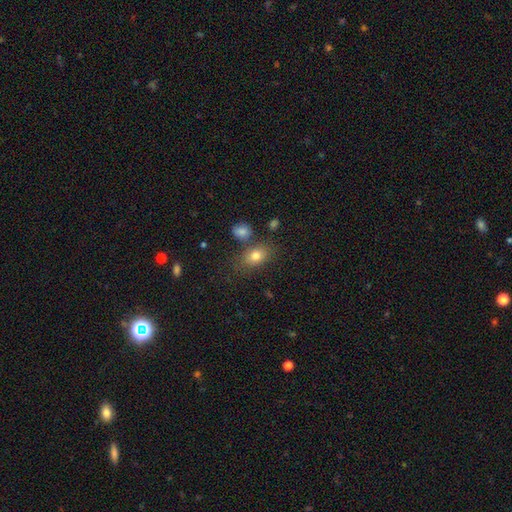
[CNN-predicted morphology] The model was most divided on "how rounded": in between: 74%, round: 23%, cigar-shaped: 2%. More confident: smooth or featured — smooth (79%); merging — none (67%).